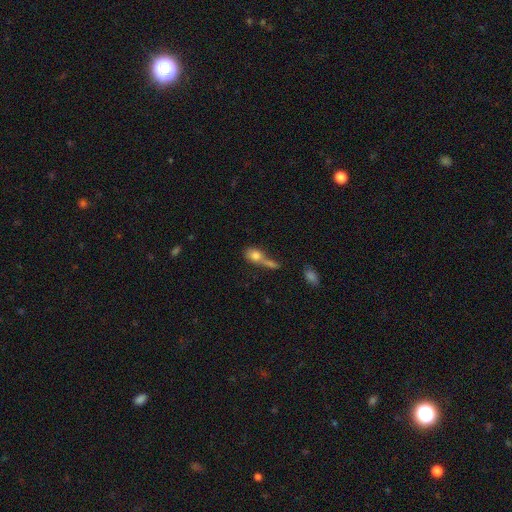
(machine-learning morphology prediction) A smooth galaxy with no disk features (75%) that is in between round and cigar-shaped (62%). Merging: merger (54%).